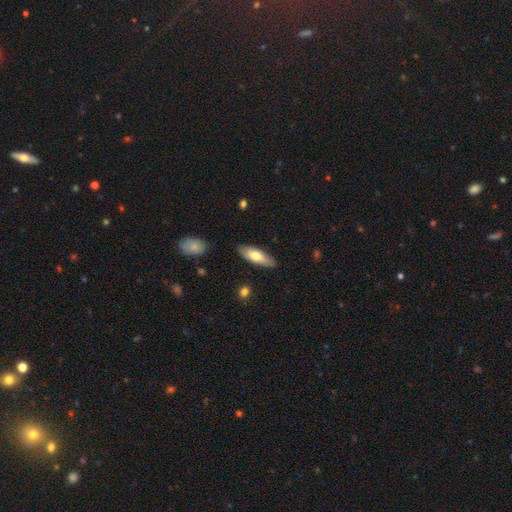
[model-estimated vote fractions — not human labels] smooth_or_featured: smooth (p=0.69) [alt: featured or disk p=0.26]
how_rounded: in between (p=0.59) [alt: cigar-shaped p=0.39]
merging: none (p=0.85) [alt: minor disturbance p=0.12]